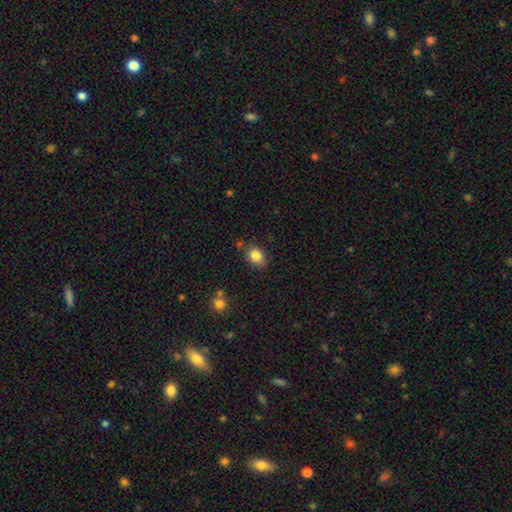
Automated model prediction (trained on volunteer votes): The model was most divided on "how rounded": in between: 57%, round: 42%, cigar-shaped: 1%. More confident: smooth or featured — smooth (84%); merging — none (74%).